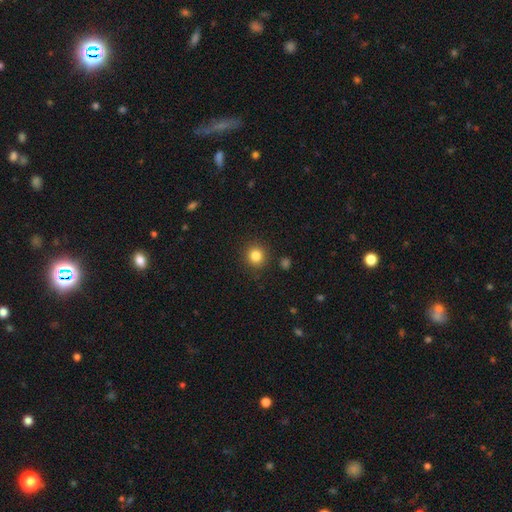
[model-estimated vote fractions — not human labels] smooth_or_featured: smooth (p=0.83) [alt: star or artifact p=0.12]
how_rounded: round (p=0.91) [alt: in between p=0.08]
merging: none (p=0.89) [alt: minor disturbance p=0.06]